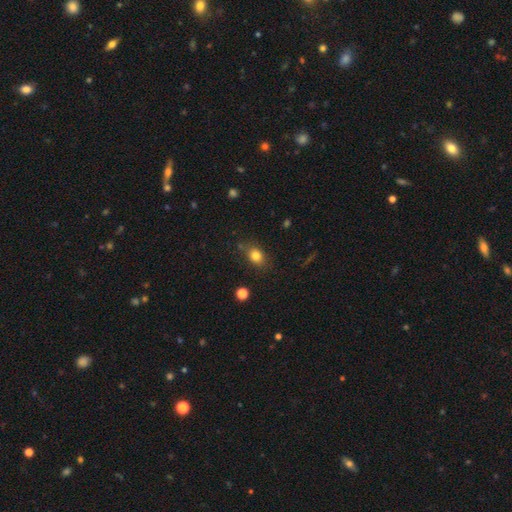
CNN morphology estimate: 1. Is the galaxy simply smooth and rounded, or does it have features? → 81% smooth, 11% star or artifact, 7% featured or disk.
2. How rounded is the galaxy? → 63% in between, 35% round, 2% cigar-shaped.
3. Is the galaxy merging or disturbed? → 77% none, 16% minor disturbance, 4% major disturbance, 3% merger.